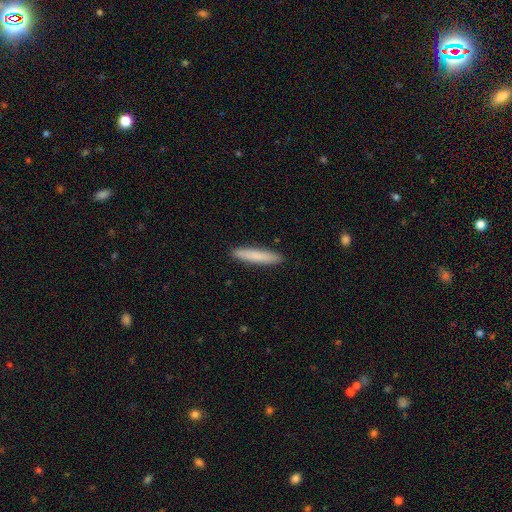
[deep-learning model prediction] smooth 81%, featured or disk 13%, star or artifact 6%. Down the decision tree: how rounded — cigar-shaped (92%); merging — none (91%).